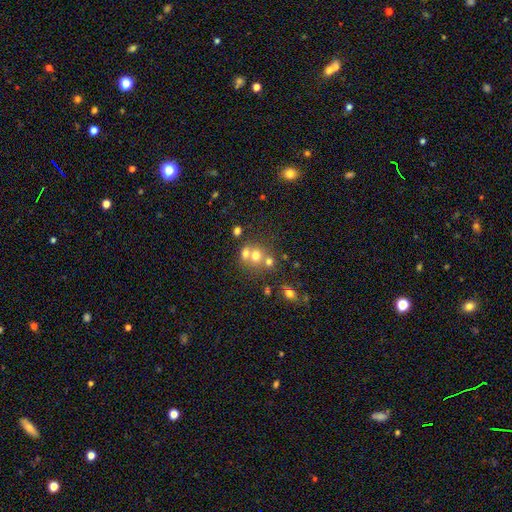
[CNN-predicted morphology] A smooth galaxy with no disk features (63%) that is round (74%).

Vote fractions:
- Smooth or featured? smooth: 63% / featured or disk: 20% / star or artifact: 17%
- How rounded? round: 74% / in between: 25% / cigar-shaped: 1%
- Merging? merger: 50% / none: 38% / minor disturbance: 7% / major disturbance: 4%